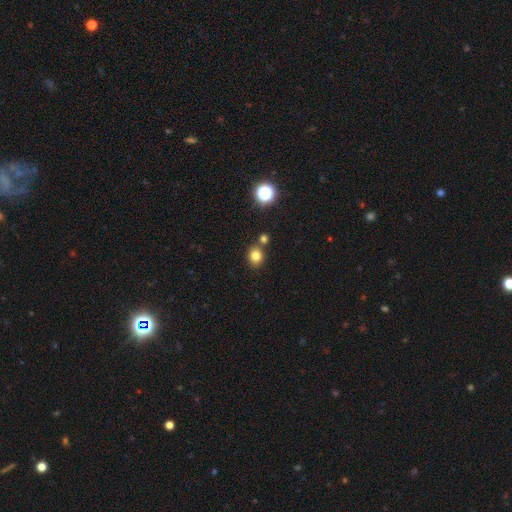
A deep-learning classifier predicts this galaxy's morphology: smooth 80%, star or artifact 14%, featured or disk 6%. Down the decision tree: how rounded — round (68%); merging — none (73%).